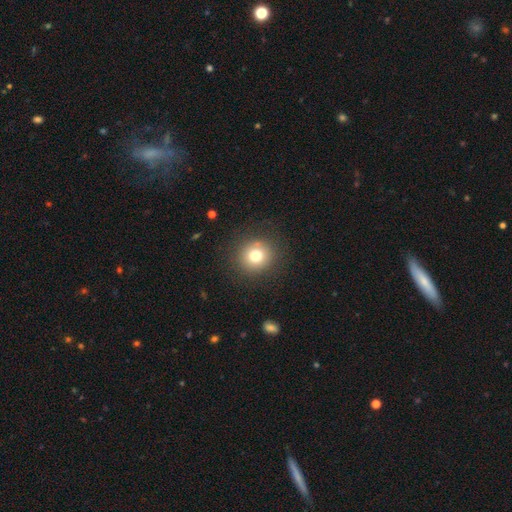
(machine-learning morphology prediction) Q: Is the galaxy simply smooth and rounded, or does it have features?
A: smooth — 76%.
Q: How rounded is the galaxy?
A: round — 91%.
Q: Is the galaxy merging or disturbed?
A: none — 87%.